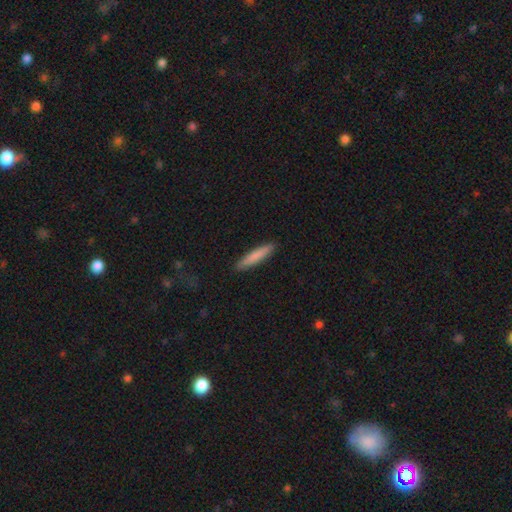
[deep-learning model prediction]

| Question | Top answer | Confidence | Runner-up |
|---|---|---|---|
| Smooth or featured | smooth | 81% | featured or disk (14%) |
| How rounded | cigar-shaped | 91% | in between (8%) |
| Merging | none | 91% | minor disturbance (7%) |